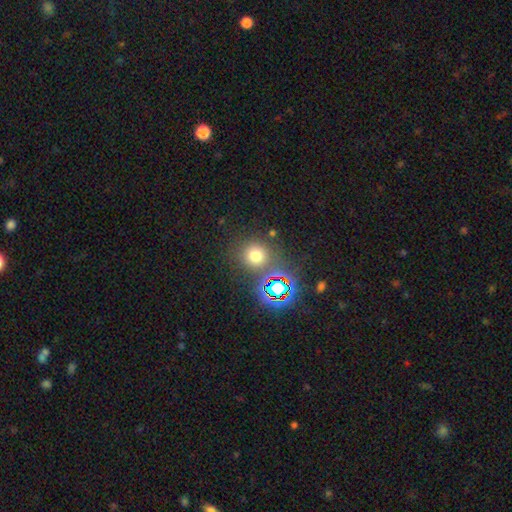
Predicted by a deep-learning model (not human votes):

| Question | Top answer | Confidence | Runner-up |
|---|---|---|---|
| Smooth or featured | smooth | 65% | star or artifact (27%) |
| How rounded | round | 89% | in between (10%) |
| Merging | none | 78% | minor disturbance (9%) |